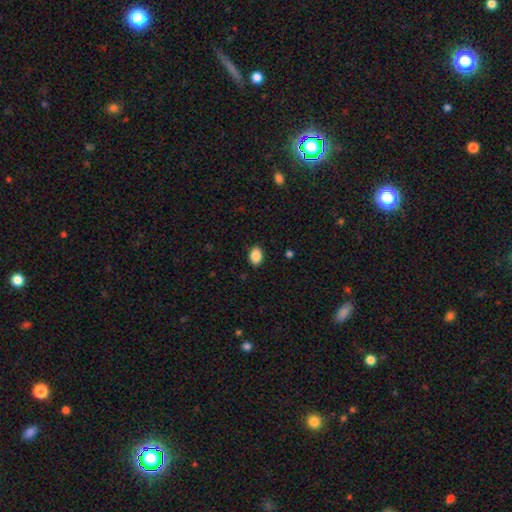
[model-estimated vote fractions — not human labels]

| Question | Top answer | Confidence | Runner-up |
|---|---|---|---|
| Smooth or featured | smooth | 88% | star or artifact (8%) |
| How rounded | in between | 80% | round (19%) |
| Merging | none | 88% | minor disturbance (9%) |